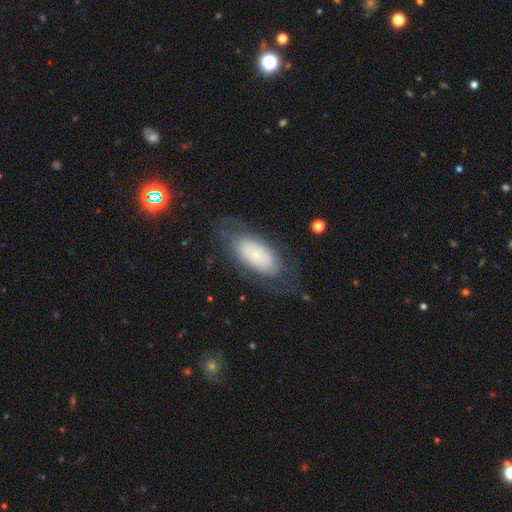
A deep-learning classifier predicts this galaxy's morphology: A smooth galaxy with no disk features (46%). Merging: none (70%).